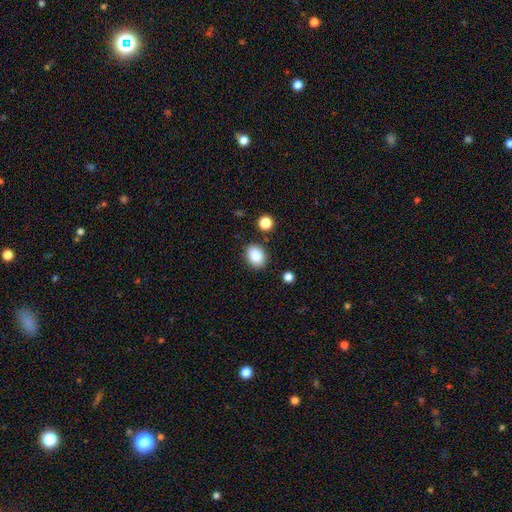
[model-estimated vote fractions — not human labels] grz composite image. It shows a smooth galaxy with no disk features (87%) that is in between round and cigar-shaped (64%). Merging: none (84%).